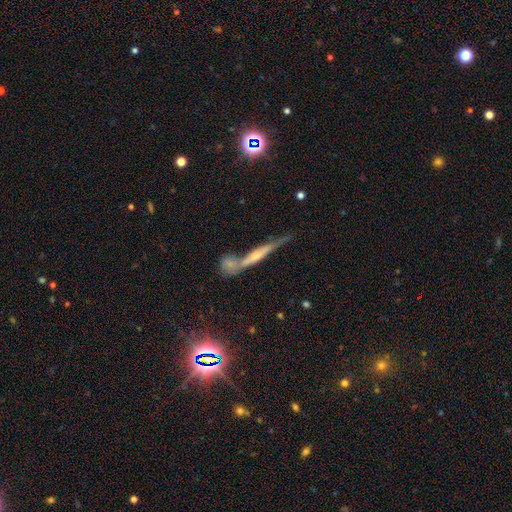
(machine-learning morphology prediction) This is likely a featured or disk galaxy (61%). It is clearly viewed edge-on (90%). Edge-on bulge: possibly rounded (59%). Merging: possibly none (52%).